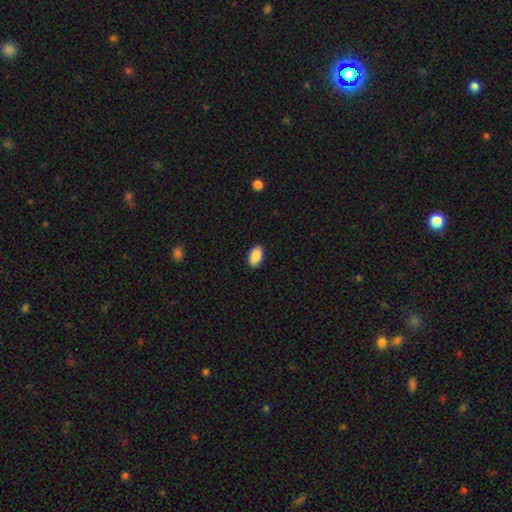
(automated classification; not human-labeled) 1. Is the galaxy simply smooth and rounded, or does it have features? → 90% smooth, 7% star or artifact, 3% featured or disk.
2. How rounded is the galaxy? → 92% in between, 6% round, 1% cigar-shaped.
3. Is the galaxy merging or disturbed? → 89% none, 8% minor disturbance, 2% major disturbance, 1% merger.